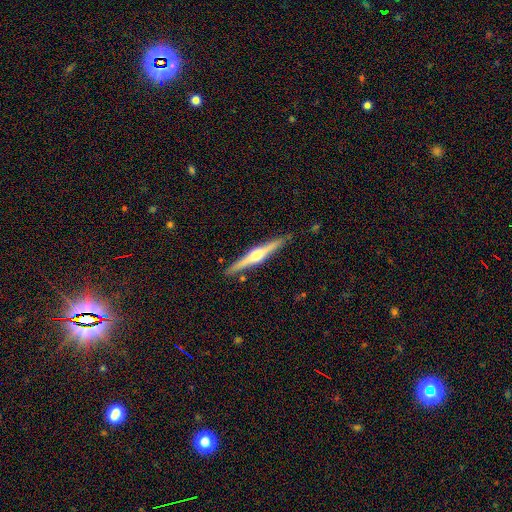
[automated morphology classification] A featured or disk galaxy (78%) viewed edge-on (98%) with a rounded central bulge (93%).

Vote fractions:
- Smooth or featured? featured or disk: 78% / smooth: 17% / star or artifact: 5%
- Edge-on disk? yes: 98% / no: 2%
- Edge-on bulge? rounded: 93% / boxy: 4% / none: 3%
- Merging? none: 90% / minor disturbance: 7% / major disturbance: 1% / merger: 1%